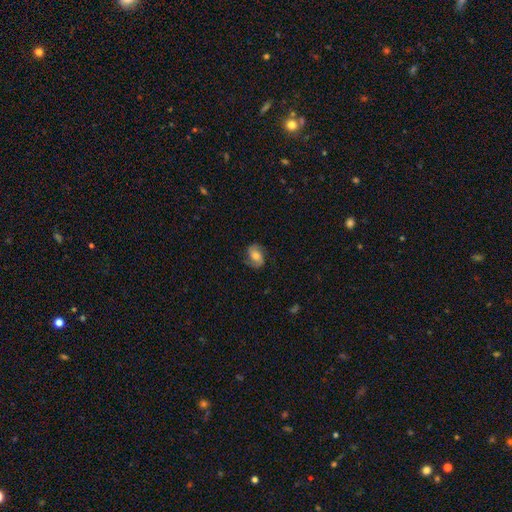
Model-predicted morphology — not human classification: featured or disk 55%, smooth 37%, star or artifact 8%. Down the decision tree: edge-on disk — no (96%); bar — no (52%); spiral arms — yes (88%); bulge size — moderate (61%); merging — none (76%).